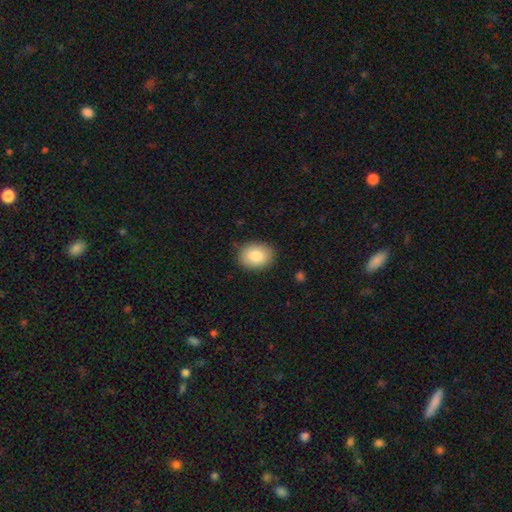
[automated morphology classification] Smooth or featured?
  - smooth: 83% *
  - featured or disk: 10%
  - star or artifact: 7%
How rounded?
  - in between: 58% *
  - round: 41%
  - cigar-shaped: 1%
Merging?
  - none: 87% *
  - minor disturbance: 10%
  - major disturbance: 2%
  - merger: 1%